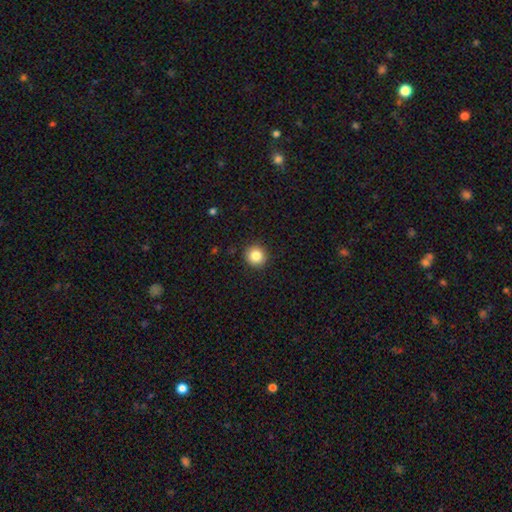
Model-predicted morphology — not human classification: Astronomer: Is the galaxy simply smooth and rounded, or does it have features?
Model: smooth — 85%.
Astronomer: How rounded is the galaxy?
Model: round — 93%.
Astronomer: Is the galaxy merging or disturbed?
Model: none — 92%.